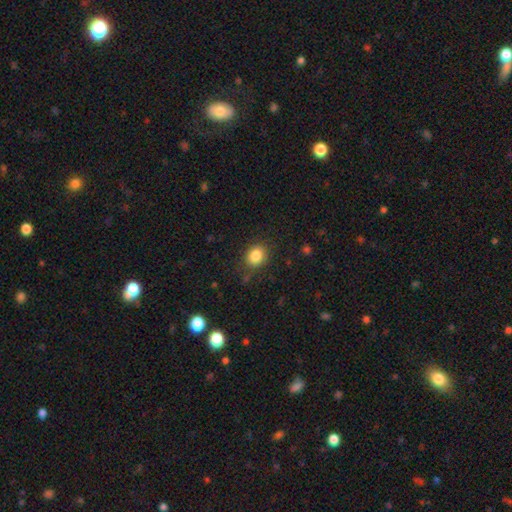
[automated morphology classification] smooth_or_featured: smooth (p=0.84) [alt: star or artifact p=0.10]
how_rounded: round (p=0.59) [alt: in between p=0.40]
merging: none (p=0.81) [alt: minor disturbance p=0.13]